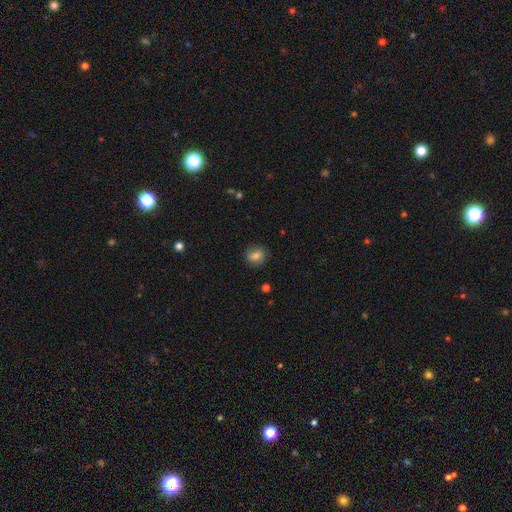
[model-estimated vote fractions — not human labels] The model was most divided on "how rounded": round: 66%, in between: 32%, cigar-shaped: 1%. More confident: merging — none (84%); smooth or featured — smooth (78%).